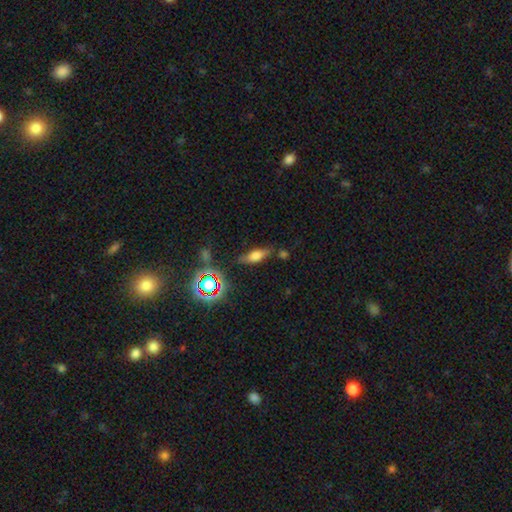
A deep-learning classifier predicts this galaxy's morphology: type=smooth (56%); roundness=in between (56%); merging=none (73%).